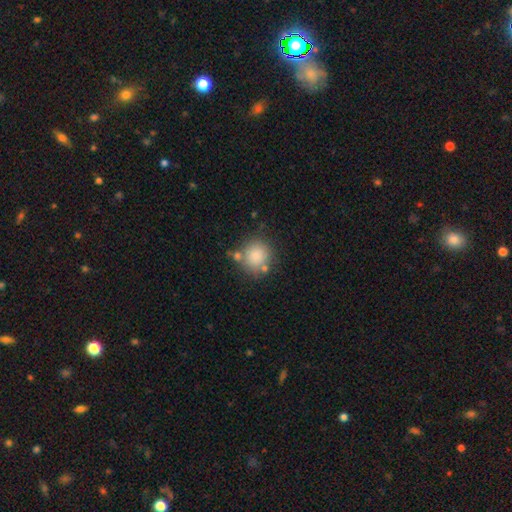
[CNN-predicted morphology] Smooth or featured: smooth — 83% (star or artifact — 9%)
How rounded: round — 88% (in between — 11%)
Merging: none — 70% (minor disturbance — 13%)